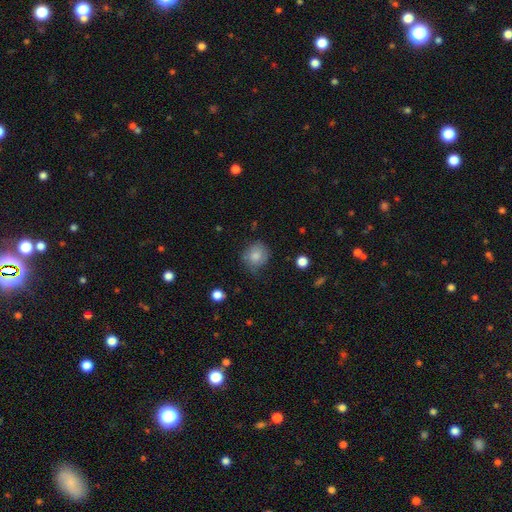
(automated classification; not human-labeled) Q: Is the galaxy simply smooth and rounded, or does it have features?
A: smooth — 80%.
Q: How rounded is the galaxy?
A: round — 77%.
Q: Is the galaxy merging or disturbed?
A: none — 63%.